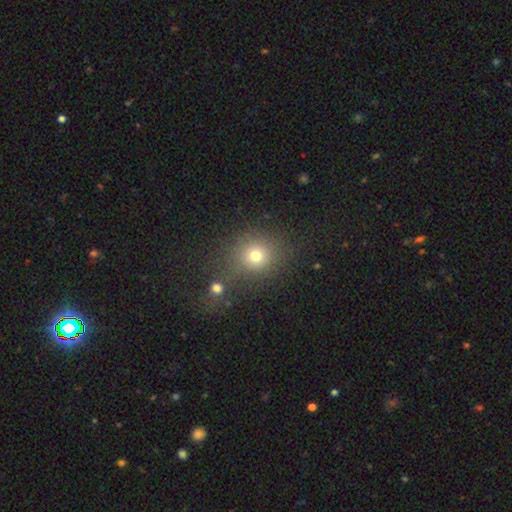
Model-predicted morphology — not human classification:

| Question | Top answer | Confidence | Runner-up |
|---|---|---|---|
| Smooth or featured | smooth | 74% | star or artifact (18%) |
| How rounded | round | 83% | in between (16%) |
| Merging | none | 71% | merger (14%) |